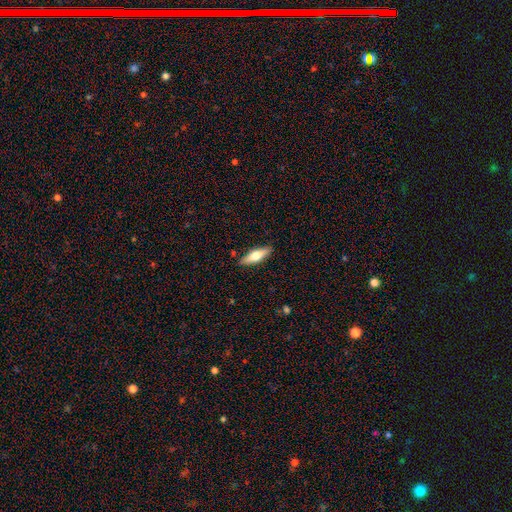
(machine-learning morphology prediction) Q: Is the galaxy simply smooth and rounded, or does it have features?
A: smooth — 57%.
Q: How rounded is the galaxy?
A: cigar-shaped — 50%.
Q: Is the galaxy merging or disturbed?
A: none — 88%.